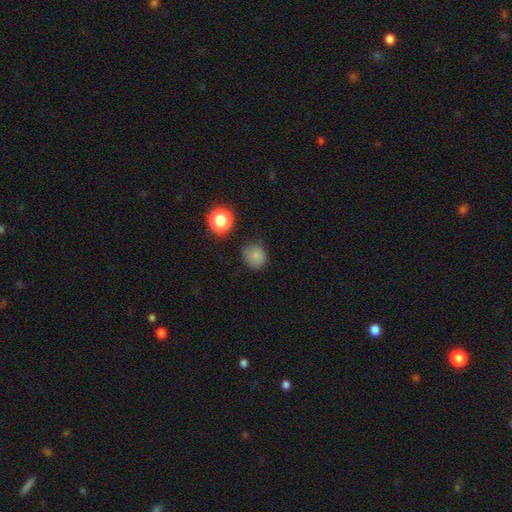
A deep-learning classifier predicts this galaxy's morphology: Overall: smooth (81%). How rounded: round (84%). Merging: none (78%).